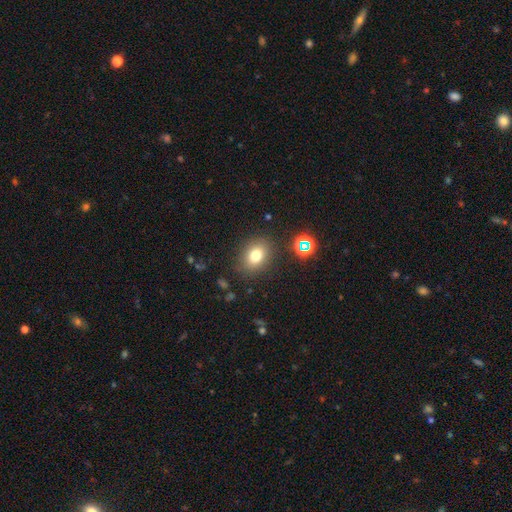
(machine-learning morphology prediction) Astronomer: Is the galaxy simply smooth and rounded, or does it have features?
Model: smooth — 76%.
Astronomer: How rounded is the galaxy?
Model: in between — 56% (runner-up: round, 43%).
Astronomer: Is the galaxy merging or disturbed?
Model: none — 85%.